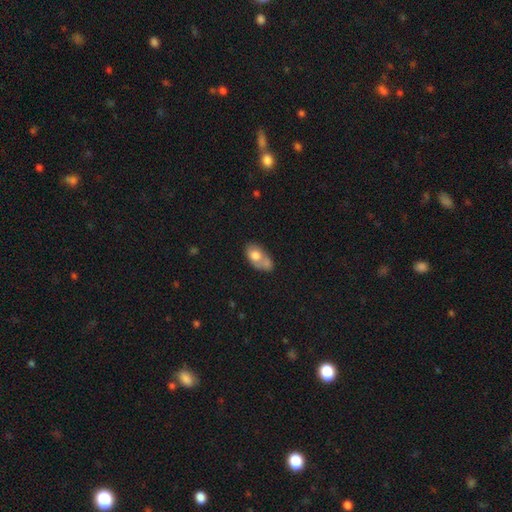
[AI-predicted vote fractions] A smooth galaxy with no disk features (69%) that is in between round and cigar-shaped (85%).

Vote fractions:
- Smooth or featured? smooth: 69% / featured or disk: 23% / star or artifact: 8%
- How rounded? in between: 85% / round: 13% / cigar-shaped: 3%
- Merging? merger: 44% / none: 28% / minor disturbance: 18% / major disturbance: 11%